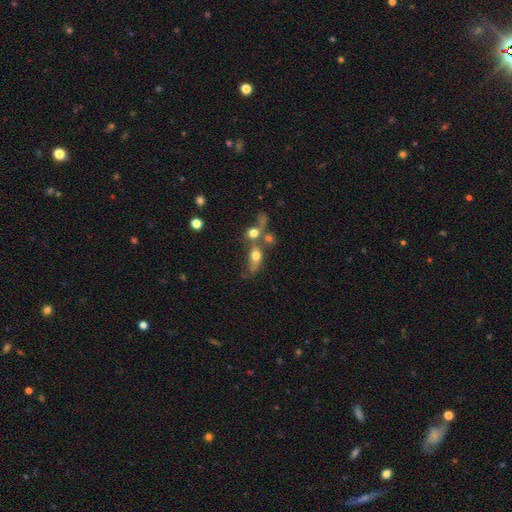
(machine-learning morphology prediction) smooth 66%, featured or disk 22%, star or artifact 12%. Down the decision tree: how rounded — in between (61%); merging — merger (49%).